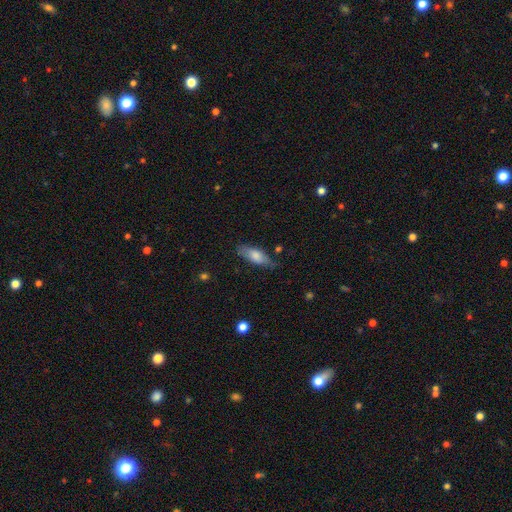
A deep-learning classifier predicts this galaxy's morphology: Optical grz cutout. It shows a smooth galaxy with no disk features (74%) that is in between round and cigar-shaped (67%). Merging: none (71%).